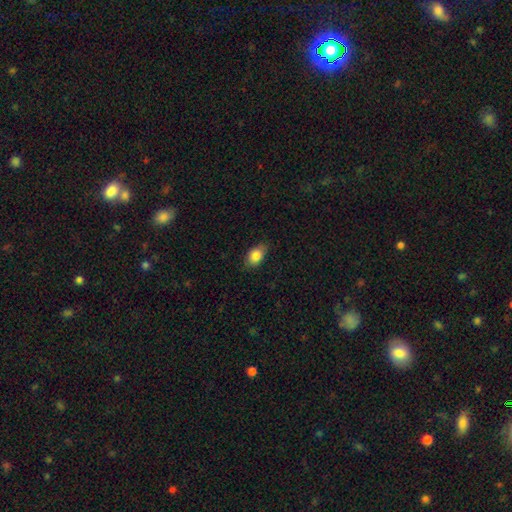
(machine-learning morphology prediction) A smooth galaxy with no disk features (85%) that is in between round and cigar-shaped (84%).

Vote fractions:
- Smooth or featured? smooth: 85% / star or artifact: 8% / featured or disk: 8%
- How rounded? in between: 84% / round: 14% / cigar-shaped: 2%
- Merging? none: 77% / minor disturbance: 18% / major disturbance: 3% / merger: 1%